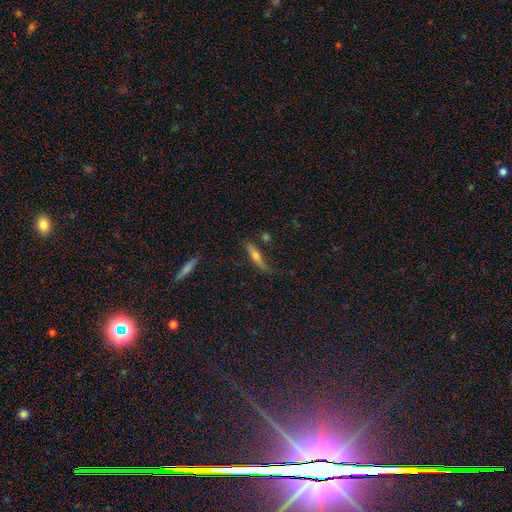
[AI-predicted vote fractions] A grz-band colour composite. It shows a smooth galaxy with no disk features (49%). Merging: none (70%).